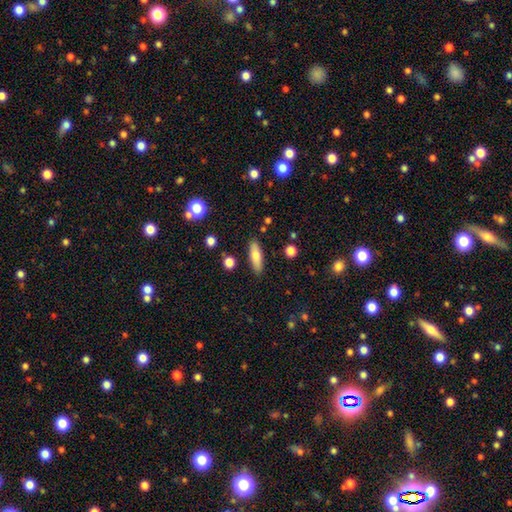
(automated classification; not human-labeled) A smooth galaxy with no disk features (71%) that is in between round and cigar-shaped (52%).

Vote fractions:
- Smooth or featured? smooth: 71% / featured or disk: 22% / star or artifact: 7%
- How rounded? in between: 52% / cigar-shaped: 45% / round: 3%
- Merging? none: 86% / minor disturbance: 9% / merger: 3% / major disturbance: 2%